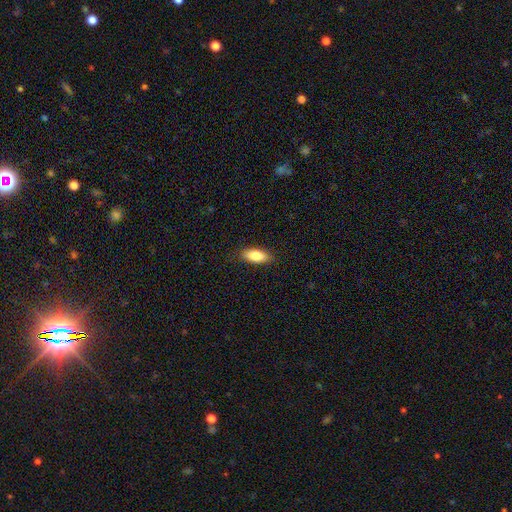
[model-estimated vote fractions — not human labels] Overall: smooth (84%). How rounded: in between (81%). Merging: none (85%).